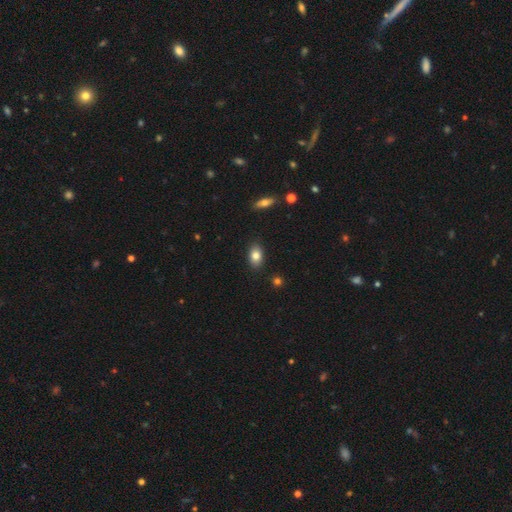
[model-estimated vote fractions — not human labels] This is clearly a smooth galaxy (82%). How rounded: clearly in between (86%). Merging: clearly none (87%).